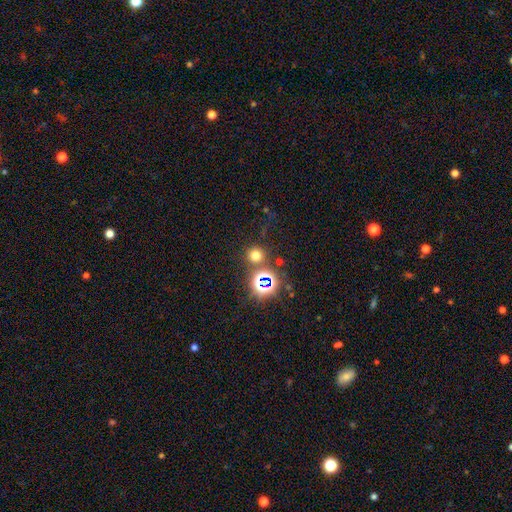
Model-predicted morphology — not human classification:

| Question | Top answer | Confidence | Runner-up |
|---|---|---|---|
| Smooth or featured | smooth | 62% | star or artifact (31%) |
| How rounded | round | 91% | in between (8%) |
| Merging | none | 79% | merger (10%) |